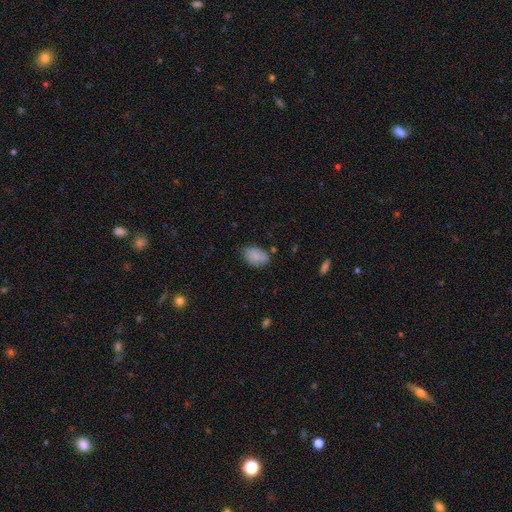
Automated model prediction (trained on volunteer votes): Smooth or featured: smooth — 84% (featured or disk — 8%)
How rounded: in between — 89% (round — 9%)
Merging: none — 69% (minor disturbance — 24%)